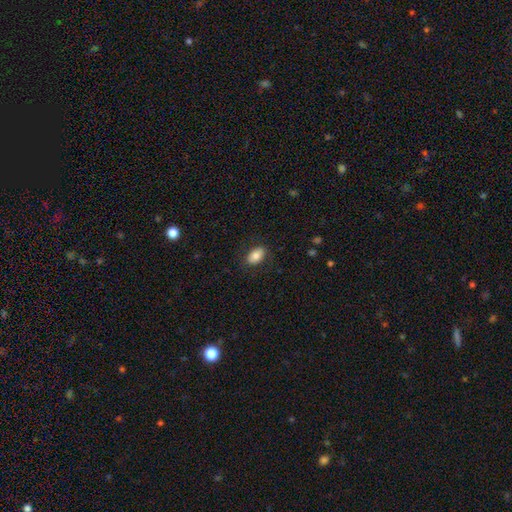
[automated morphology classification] Smooth or featured: smooth — 81% (featured or disk — 12%)
How rounded: in between — 90% (round — 8%)
Merging: none — 84% (minor disturbance — 12%)